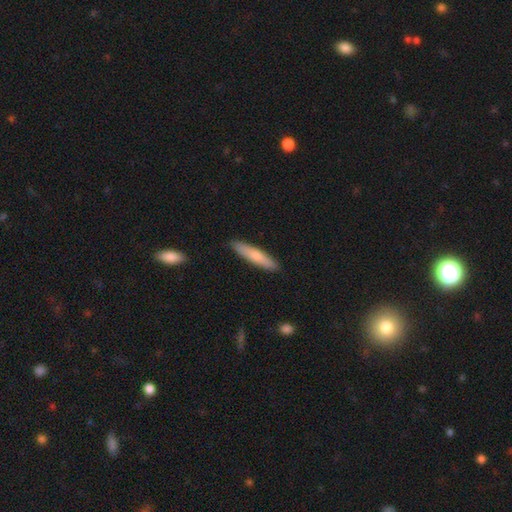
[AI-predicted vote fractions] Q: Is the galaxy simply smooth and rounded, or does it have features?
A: smooth — 73%.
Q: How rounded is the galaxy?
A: cigar-shaped — 87%.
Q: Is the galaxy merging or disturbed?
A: none — 89%.